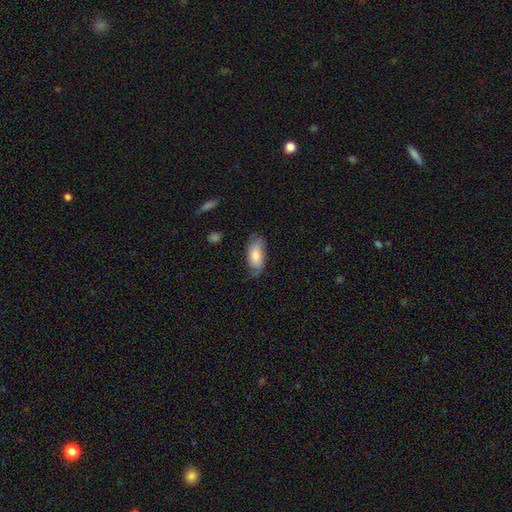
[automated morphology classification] This appears to be a smooth galaxy with no disk features (67%) that is in between round and cigar-shaped (91%). Merging: none (62%).